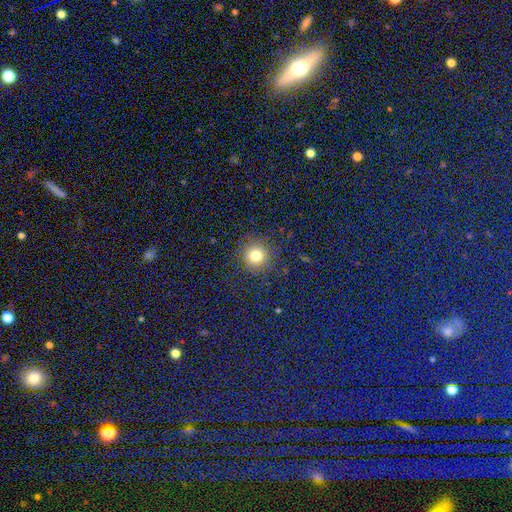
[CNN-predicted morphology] Smooth or featured? smooth (75%)
How rounded? round (94%)
Merging? none (88%)